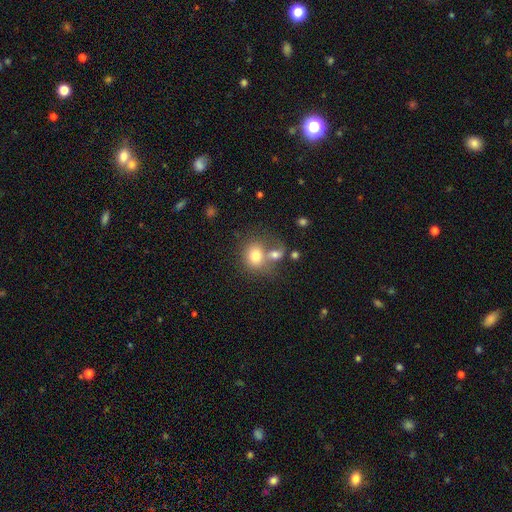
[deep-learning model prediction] smooth-or-featured: smooth: 76% | featured or disk: 15% | star or artifact: 10%
  how-rounded: round: 61% | in between: 38% | cigar-shaped: 1%
  merging: merger: 50% | none: 34% | minor disturbance: 10% | major disturbance: 6%